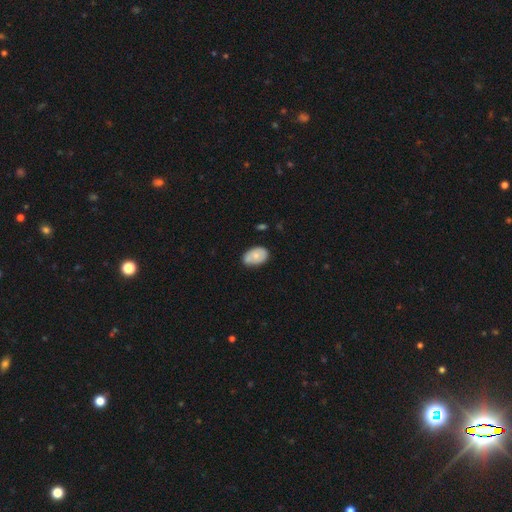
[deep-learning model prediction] A smooth galaxy with no disk features (73%) that is in between round and cigar-shaped (89%).

Vote fractions:
- Smooth or featured? smooth: 73% / featured or disk: 20% / star or artifact: 7%
- How rounded? in between: 89% / round: 10% / cigar-shaped: 1%
- Merging? none: 62% / minor disturbance: 28% / merger: 5% / major disturbance: 4%